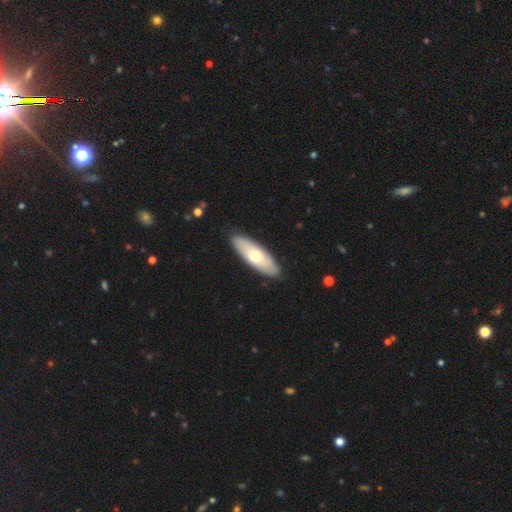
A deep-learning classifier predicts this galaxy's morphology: This is possibly a smooth galaxy (57%). How rounded: likely in between (61%). Merging: clearly none (88%).